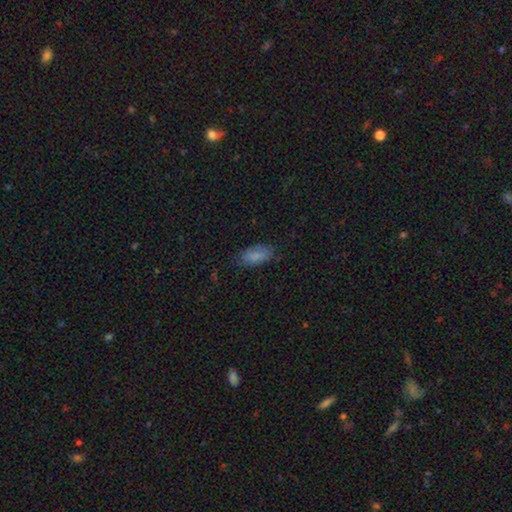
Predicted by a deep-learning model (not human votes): Smooth or featured: smooth — 84% (star or artifact — 8%)
How rounded: in between — 90% (cigar-shaped — 7%)
Merging: none — 78% (minor disturbance — 17%)